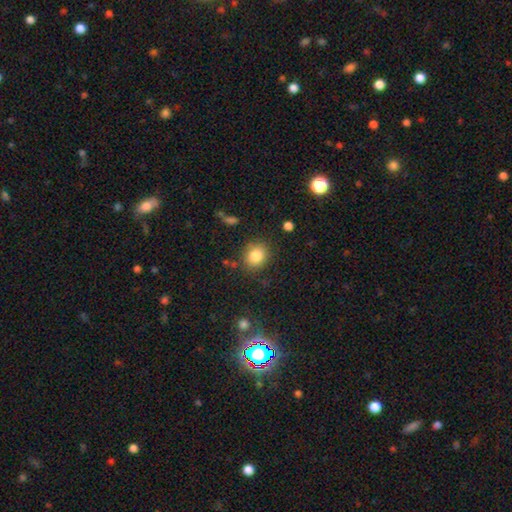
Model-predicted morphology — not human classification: Overall: smooth (84%). How rounded: round (74%). Merging: none (82%).